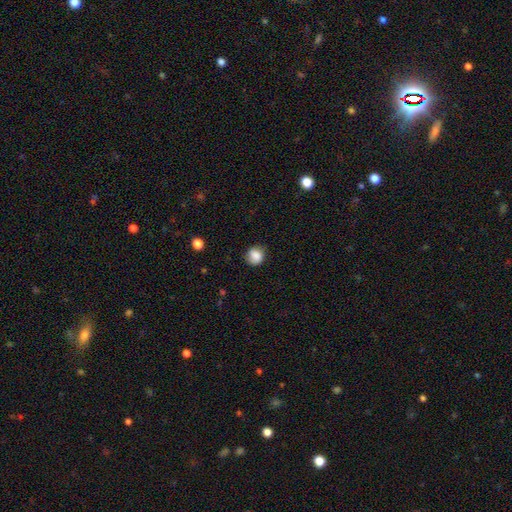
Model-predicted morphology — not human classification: type=smooth (84%); roundness=round (78%); merging=none (76%).